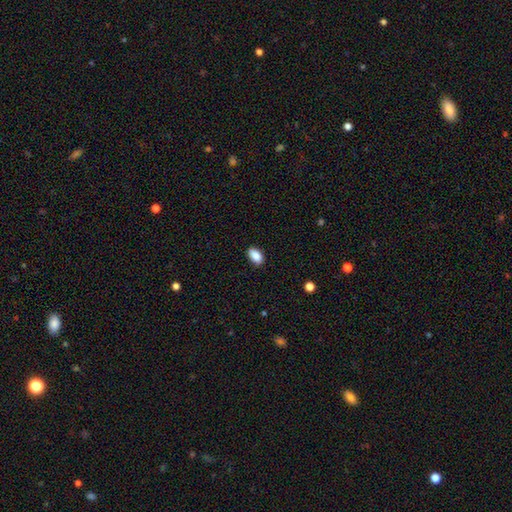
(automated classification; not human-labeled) Overall: smooth (87%). How rounded: in between (90%). Merging: none (85%).